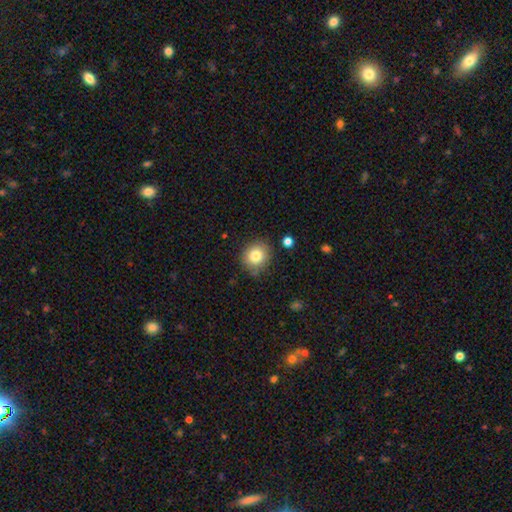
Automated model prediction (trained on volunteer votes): smooth_or_featured: smooth (p=0.81) [alt: star or artifact p=0.10]
how_rounded: round (p=0.80) [alt: in between p=0.19]
merging: none (p=0.81) [alt: minor disturbance p=0.13]